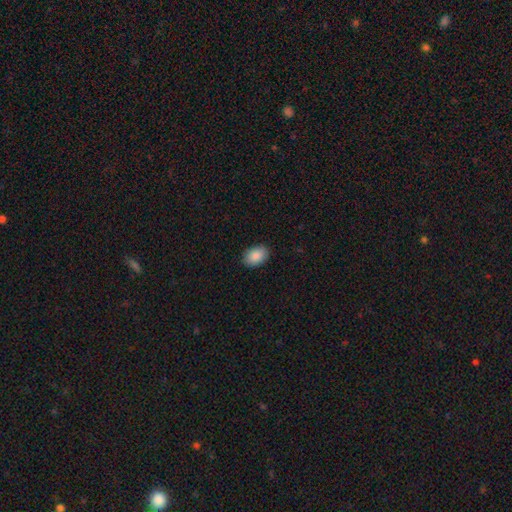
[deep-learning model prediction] A smooth galaxy with no disk features (89%) that is in between round and cigar-shaped (87%).

Vote fractions:
- Smooth or featured? smooth: 89% / star or artifact: 7% / featured or disk: 5%
- How rounded? in between: 87% / round: 12% / cigar-shaped: 1%
- Merging? none: 88% / minor disturbance: 9% / major disturbance: 2% / merger: 1%